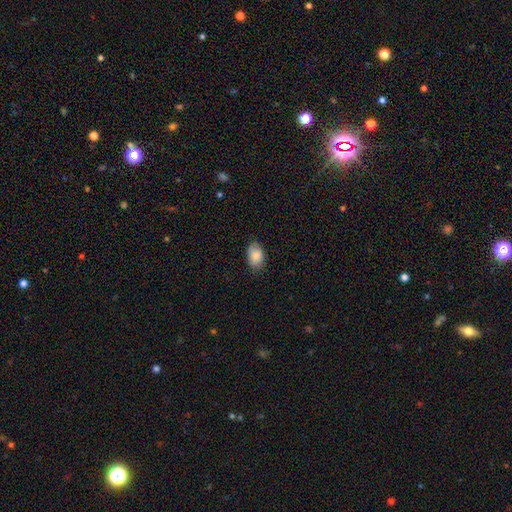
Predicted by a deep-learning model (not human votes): A smooth galaxy with no disk features (80%) that is in between round and cigar-shaped (89%). Merging: none (78%).